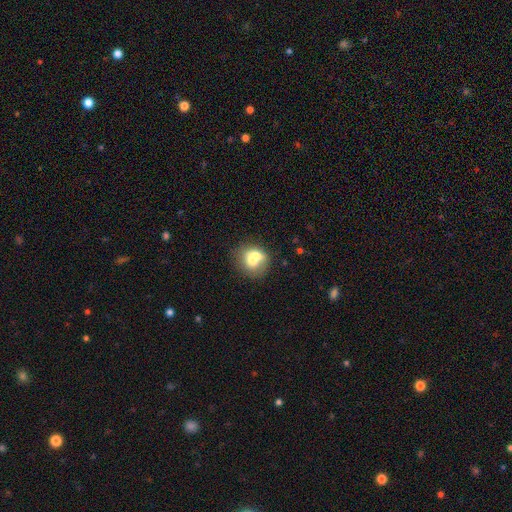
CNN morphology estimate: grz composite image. It shows a smooth galaxy with no disk features (66%) that is round (71%). Merging: merger (45%).